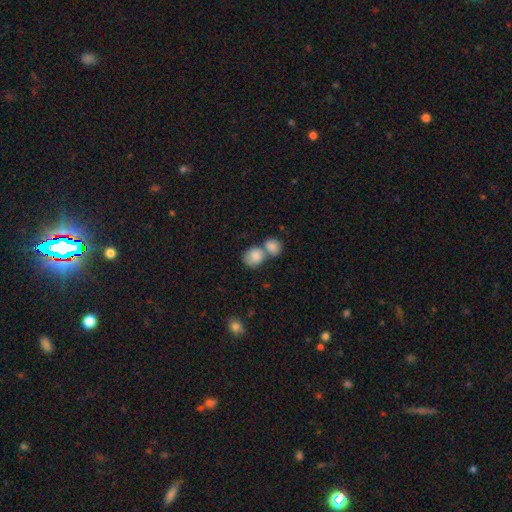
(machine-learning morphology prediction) This is clearly a smooth galaxy (82%). How rounded: possibly round (58%). Merging: possibly merger (60%).